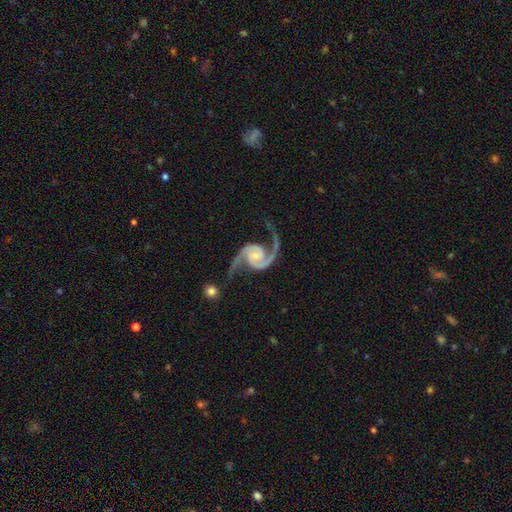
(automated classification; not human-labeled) smooth_or_featured: featured or disk (p=0.95) [alt: star or artifact p=0.03]
disk_edge_on: no (p=0.98) [alt: yes p=0.02]
bar: no (p=0.60) [alt: weak p=0.30]
has_spiral_arms: yes (p=0.99) [alt: no p=0.01]
spiral_winding: medium (p=0.48) [alt: loose p=0.41]
spiral_arm_count: 2 (p=0.95) [alt: 1 p=0.01]
bulge_size: small (p=0.56) [alt: moderate p=0.28]
merging: none (p=0.70) [alt: minor disturbance p=0.16]